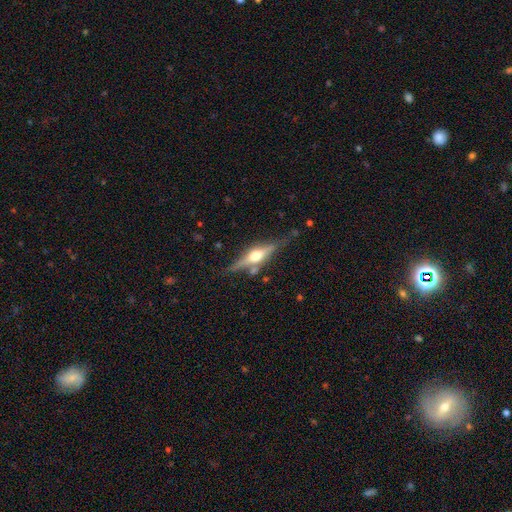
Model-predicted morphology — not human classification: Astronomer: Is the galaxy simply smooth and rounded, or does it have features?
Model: featured or disk — 74%.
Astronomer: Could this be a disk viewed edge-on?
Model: yes — 96%.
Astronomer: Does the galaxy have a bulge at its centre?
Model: rounded — 94%.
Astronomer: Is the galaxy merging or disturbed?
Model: none — 78%.